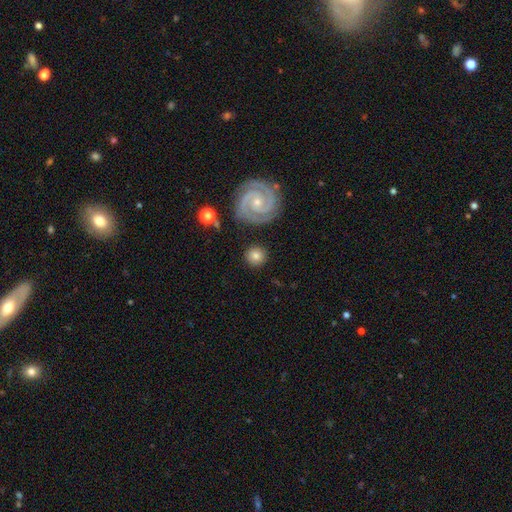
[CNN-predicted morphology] Overall: smooth (60%; featured or disk 33%). How rounded: round (92%). Merging: none (87%).